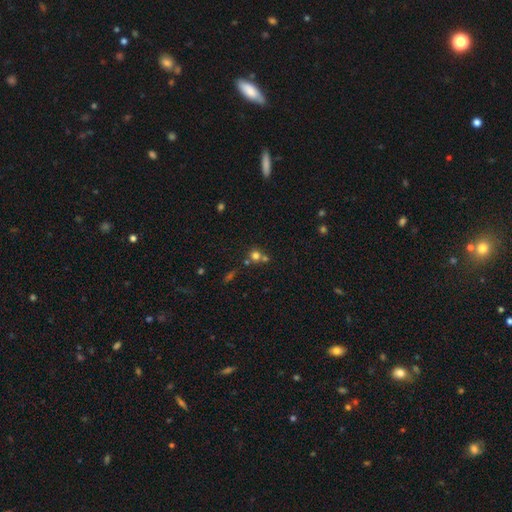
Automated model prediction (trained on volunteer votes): The model was most divided on "merging": none: 52%, merger: 37%, minor disturbance: 7%, major disturbance: 4%. More confident: how rounded — round (88%); smooth or featured — smooth (68%).